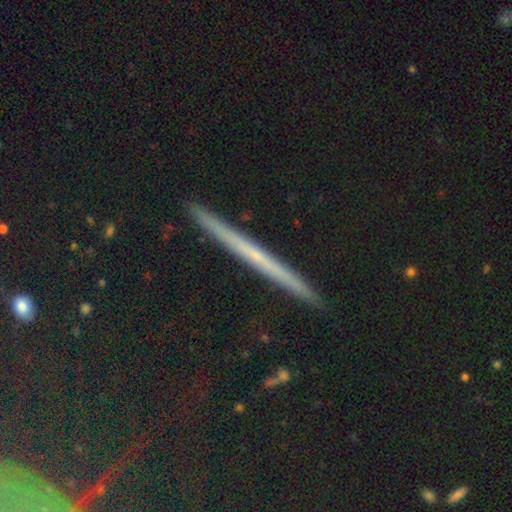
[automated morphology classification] Smooth or featured? Predicted: featured or disk (p=0.43). Merging? Predicted: none (p=0.91).